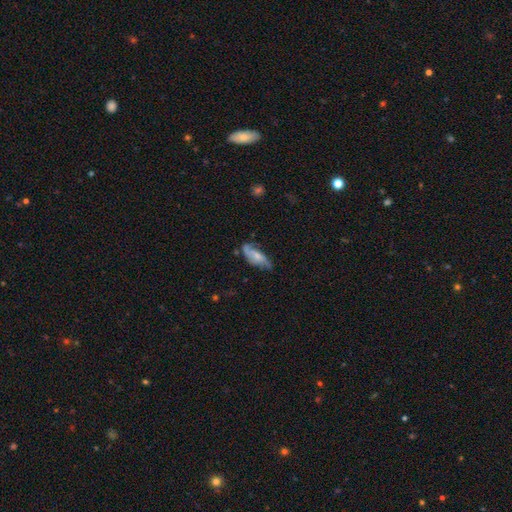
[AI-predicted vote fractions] featured or disk 52%, smooth 40%, star or artifact 7%. Down the decision tree: edge-on disk — no (86%); merging — none (50%).